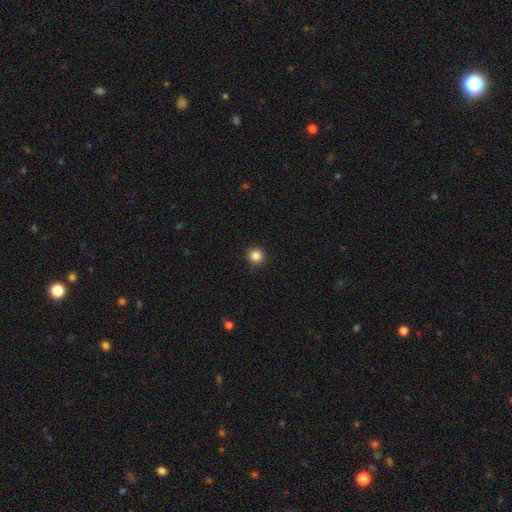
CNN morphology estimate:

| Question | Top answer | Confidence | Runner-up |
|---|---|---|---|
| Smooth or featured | smooth | 86% | star or artifact (10%) |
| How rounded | round | 93% | in between (6%) |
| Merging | none | 92% | minor disturbance (6%) |